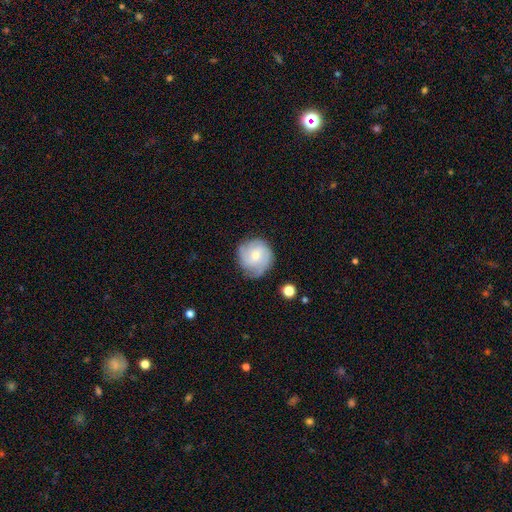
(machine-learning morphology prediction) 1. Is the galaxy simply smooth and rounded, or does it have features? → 61% featured or disk, 32% smooth, 7% star or artifact.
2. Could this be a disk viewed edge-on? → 98% no, 2% yes.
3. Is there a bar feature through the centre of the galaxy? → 60% no, 34% weak, 6% strong.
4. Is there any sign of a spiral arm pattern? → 89% yes, 11% no.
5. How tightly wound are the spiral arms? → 51% tight, 37% medium, 12% loose.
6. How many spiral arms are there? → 30% 3, 29% can't tell, 23% 2, 9% 4, 5% 1, 4% more than 4.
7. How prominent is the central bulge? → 55% small, 40% moderate, 2% none, 2% large, 1% dominant.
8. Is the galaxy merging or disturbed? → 74% none, 19% minor disturbance, 6% major disturbance, 2% merger.